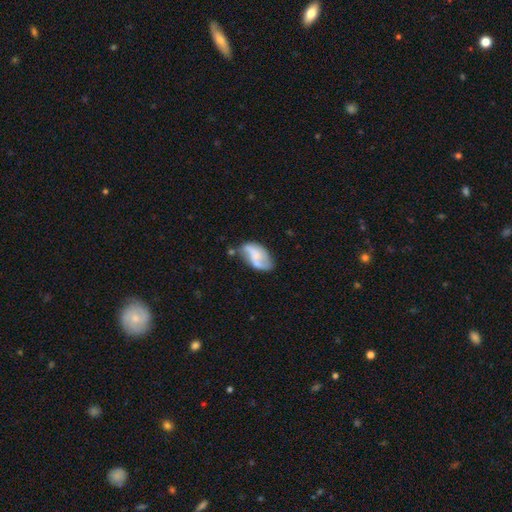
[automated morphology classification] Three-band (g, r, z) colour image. It shows a featured or disk galaxy (59%) with no bar (51%), spiral arms (80%) and no central bulge (47%). Merging: none (45%).